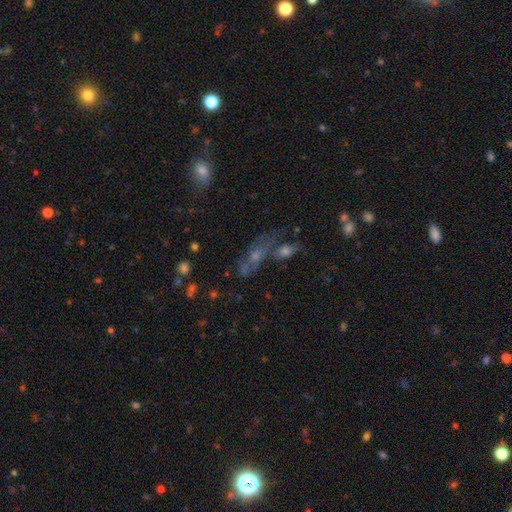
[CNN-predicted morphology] Smooth or featured?
  - smooth: 37% *
  - featured or disk: 32%
  - star or artifact: 31%
Merging?
  - none: 37% * (tied)
  - merger: 37% * (tied)
  - minor disturbance: 13%
  - major disturbance: 13%